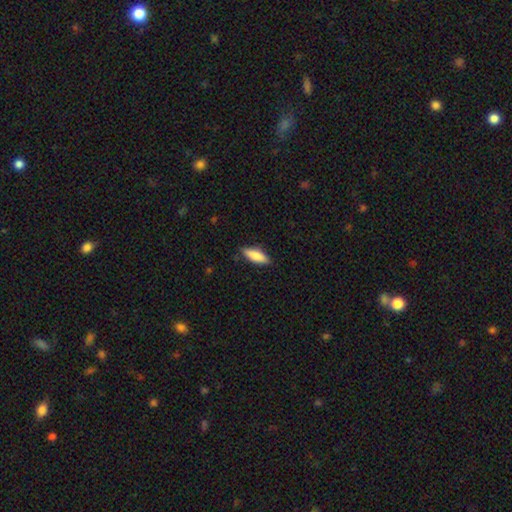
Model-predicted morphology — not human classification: smooth_or_featured: smooth (p=0.79) [alt: featured or disk p=0.15]
how_rounded: in between (p=0.55) [alt: cigar-shaped p=0.43]
merging: none (p=0.85) [alt: minor disturbance p=0.11]